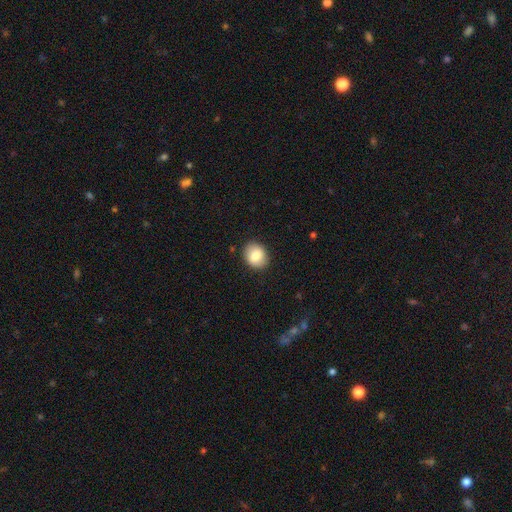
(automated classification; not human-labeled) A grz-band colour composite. It shows a smooth galaxy with no disk features (79%) that is round (60%). Merging: none (89%).